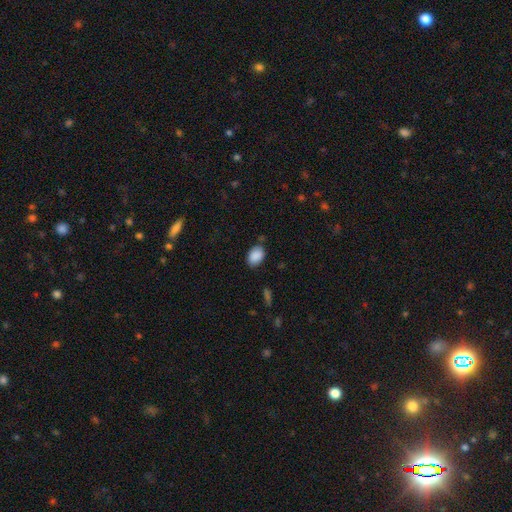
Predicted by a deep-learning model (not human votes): A smooth galaxy with no disk features (89%) that is in between round and cigar-shaped (81%). Merging: none (78%).